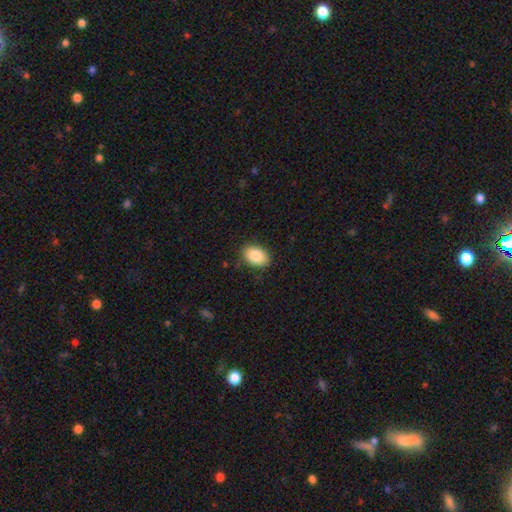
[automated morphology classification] Overall: smooth (87%). How rounded: in between (84%). Merging: none (86%).